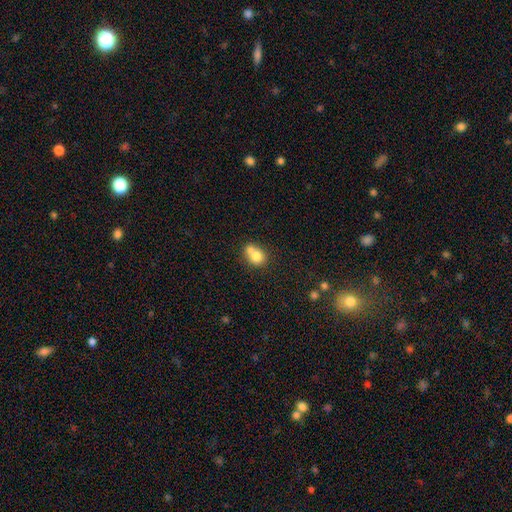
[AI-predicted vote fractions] Morphology: type=smooth (74%); roundness=round (67%); merging=merger (53%).